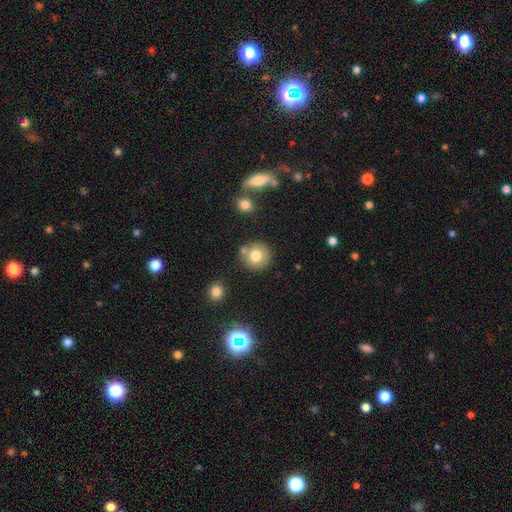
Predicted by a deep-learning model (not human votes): smooth 76%, featured or disk 14%, star or artifact 10%. Down the decision tree: how rounded — round (92%); merging — none (76%).